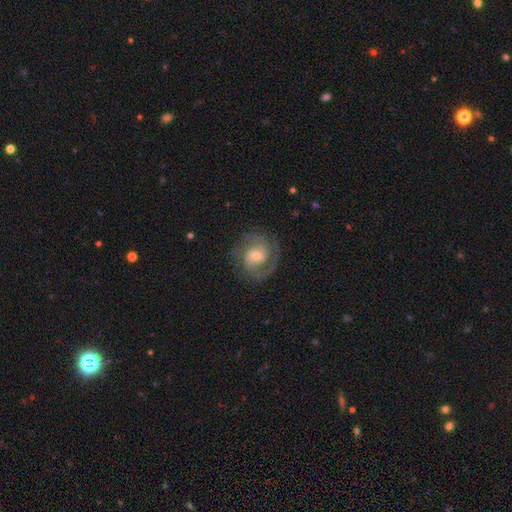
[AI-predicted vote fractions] The model was most divided on "spiral winding": medium: 45%, tight: 44%, loose: 10%. Remaining: edge-on disk — no (98%); spiral arms — yes (96%); smooth or featured — featured or disk (86%); merging — none (78%); spiral arm count — 2 (72%); bulge size — moderate (53%); bar — no (47%).